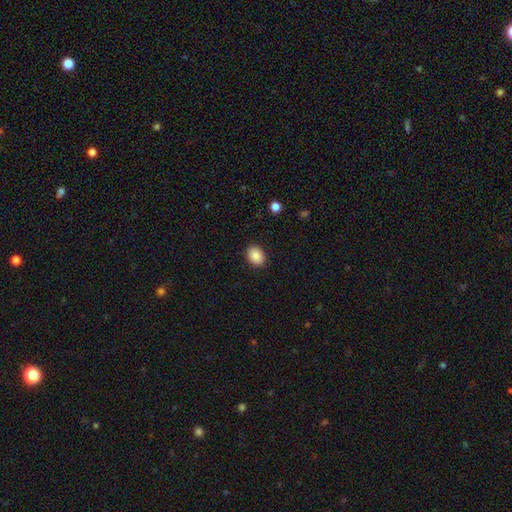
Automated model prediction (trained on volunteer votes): smooth 86%, star or artifact 8%, featured or disk 6%. Down the decision tree: how rounded — in between (63%); merging — none (90%).